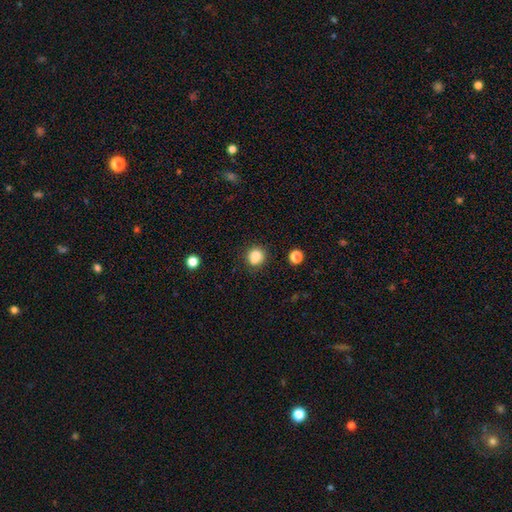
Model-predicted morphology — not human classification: This appears to be a smooth galaxy with no disk features (82%) that is round (86%). Merging: none (75%).